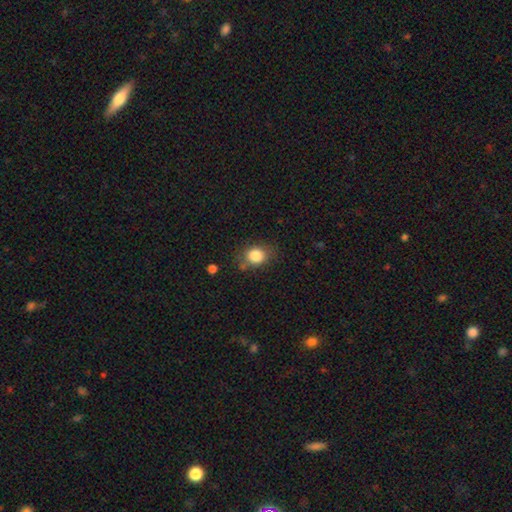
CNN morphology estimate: smooth 83%, star or artifact 10%, featured or disk 7%. Down the decision tree: how rounded — round (62%); merging — none (69%).